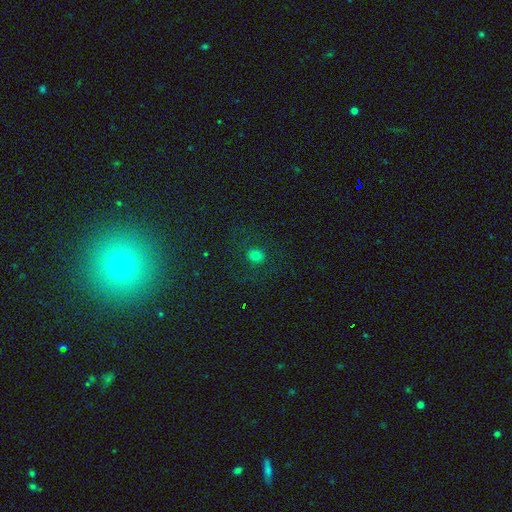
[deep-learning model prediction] Smooth or featured: smooth — 66% (star or artifact — 19%)
How rounded: round — 80% (in between — 19%)
Merging: none — 78% (minor disturbance — 11%)